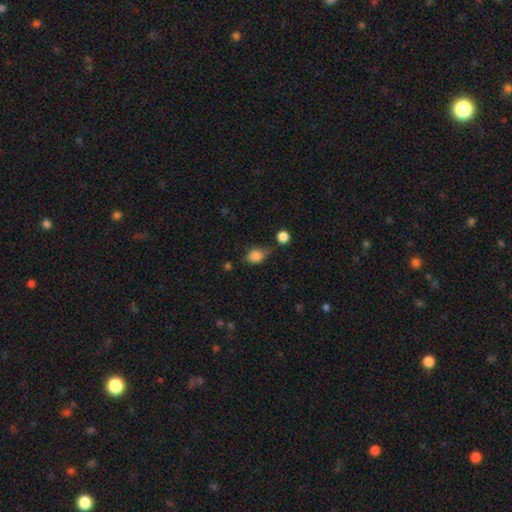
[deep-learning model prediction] Q: Smooth or featured?
A: smooth (83%); runner-up: star or artifact (10%)
Q: How rounded?
A: in between (59%); runner-up: round (39%)
Q: Merging?
A: none (47%); runner-up: minor disturbance (33%)